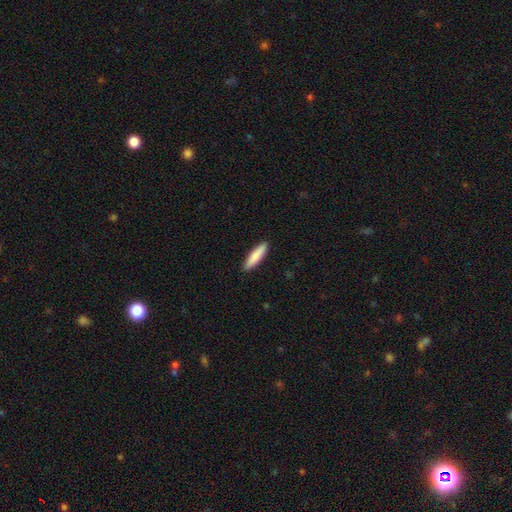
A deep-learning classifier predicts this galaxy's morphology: Q: Smooth or featured?
A: smooth (84%); runner-up: featured or disk (10%)
Q: How rounded?
A: cigar-shaped (78%); runner-up: in between (21%)
Q: Merging?
A: none (91%); runner-up: minor disturbance (7%)